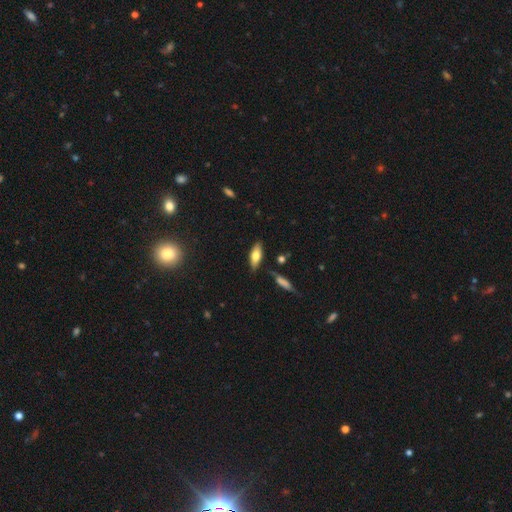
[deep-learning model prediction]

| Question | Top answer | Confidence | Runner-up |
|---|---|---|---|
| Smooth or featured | smooth | 68% | featured or disk (25%) |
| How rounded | in between | 72% | cigar-shaped (26%) |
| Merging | none | 81% | minor disturbance (13%) |